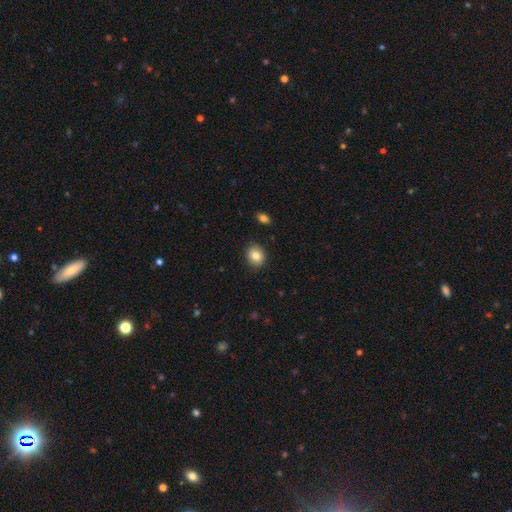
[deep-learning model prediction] A smooth galaxy with no disk features (83%) that is round (61%). Merging: none (87%).